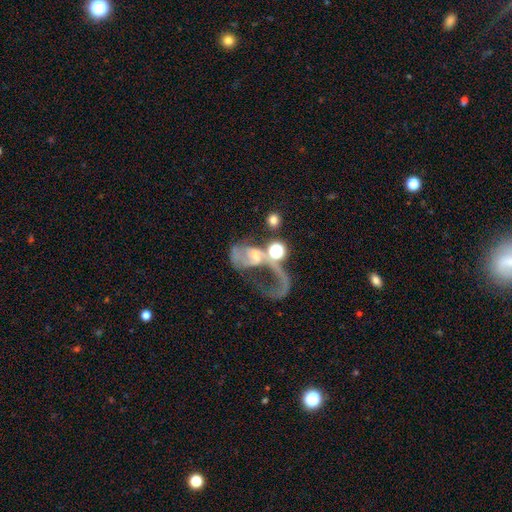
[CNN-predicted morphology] A featured or disk galaxy (60%) with no bar (64%), spiral arms (63%) and a small central bulge (40%).

Vote fractions:
- Smooth or featured? featured or disk: 60% / smooth: 24% / star or artifact: 16%
- Edge-on disk? no: 96% / yes: 4%
- Bar? no: 64% / weak: 25% / strong: 11%
- Spiral arms? yes: 63% / no: 37%
- Bulge size? small: 40% / moderate: 35% / none: 15% / large: 6% / dominant: 3%
- Merging? major disturbance: 41% / merger: 35% / none: 15% / minor disturbance: 8%